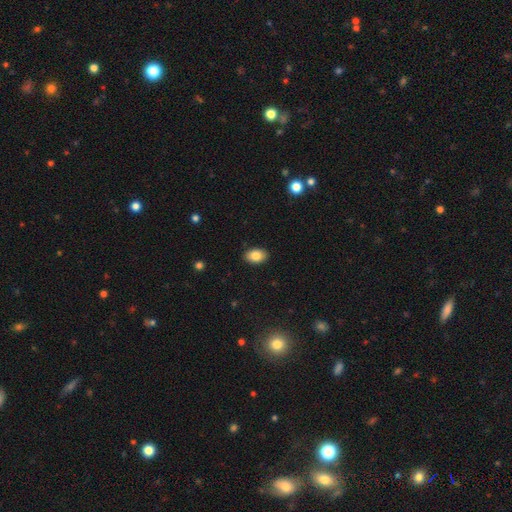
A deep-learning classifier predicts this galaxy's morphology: Smooth or featured?
  - smooth: 84% *
  - featured or disk: 8%
  - star or artifact: 8%
How rounded?
  - in between: 85% *
  - round: 13%
  - cigar-shaped: 1%
Merging?
  - none: 89% *
  - minor disturbance: 8%
  - major disturbance: 2%
  - merger: 1%